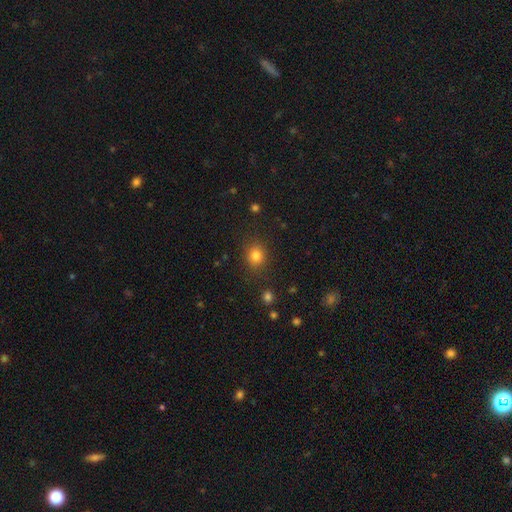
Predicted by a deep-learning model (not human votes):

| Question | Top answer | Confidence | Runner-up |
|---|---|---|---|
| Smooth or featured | smooth | 82% | star or artifact (13%) |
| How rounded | round | 77% | in between (22%) |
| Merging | none | 86% | minor disturbance (9%) |